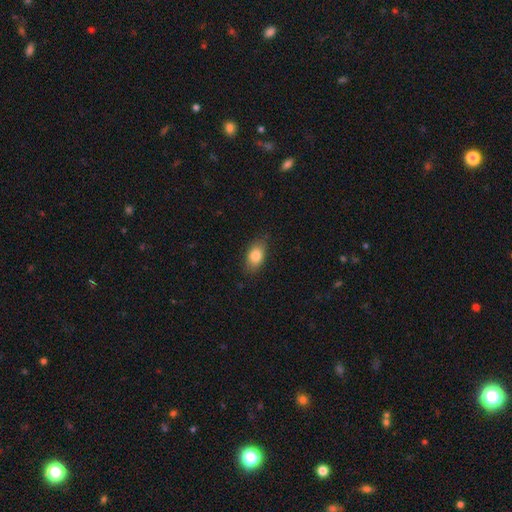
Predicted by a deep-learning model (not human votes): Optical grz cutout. It shows a smooth galaxy with no disk features (82%) that is in between round and cigar-shaped (88%). Merging: none (81%).